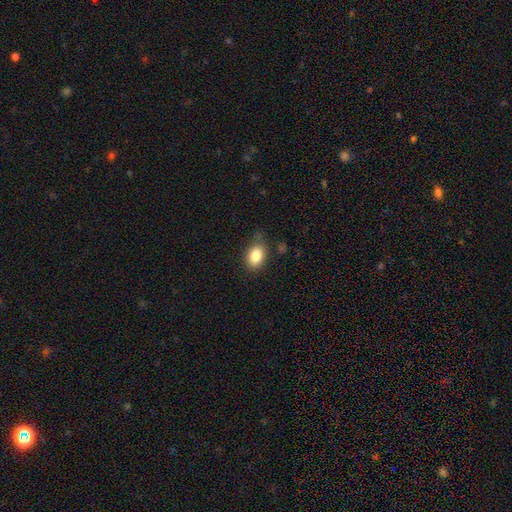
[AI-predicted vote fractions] This is clearly a smooth galaxy (85%). How rounded: likely in between (78%). Merging: likely none (69%).